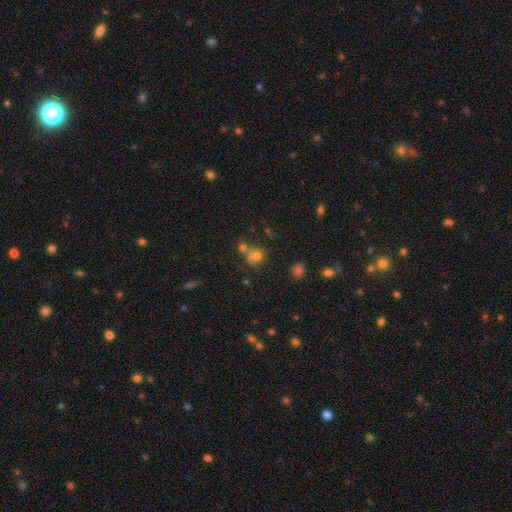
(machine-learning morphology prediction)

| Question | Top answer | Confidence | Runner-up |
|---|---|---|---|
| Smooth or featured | smooth | 70% | star or artifact (16%) |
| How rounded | round | 74% | in between (25%) |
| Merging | none | 42% | merger (35%) |